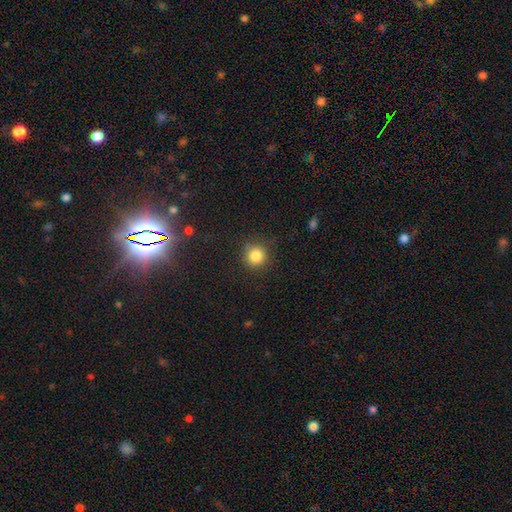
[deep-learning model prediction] Morphology: type=smooth (84%); roundness=round (93%); merging=none (85%).